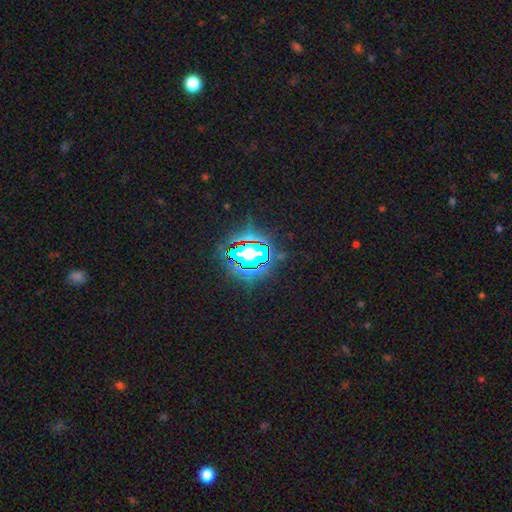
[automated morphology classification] Q: Smooth or featured?
A: star or artifact (82%); runner-up: smooth (11%)